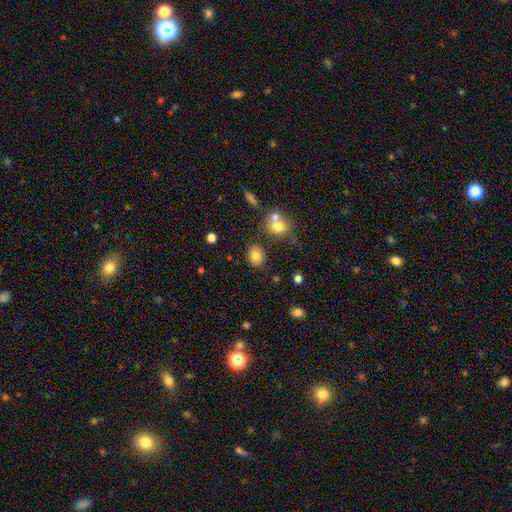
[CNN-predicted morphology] Overall: smooth (79%). How rounded: round (58%; in between 41%). Merging: none (79%).